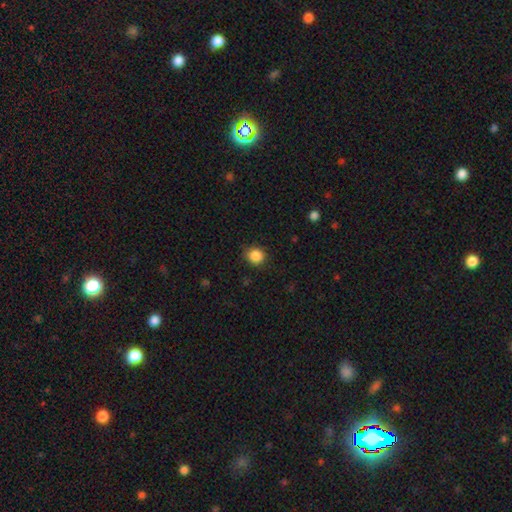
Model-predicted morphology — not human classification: Smooth or featured?
  - smooth: 87% *
  - star or artifact: 10%
  - featured or disk: 3%
How rounded?
  - round: 87% *
  - in between: 12%
  - cigar-shaped: 1%
Merging?
  - none: 85% *
  - minor disturbance: 11%
  - major disturbance: 3%
  - merger: 1%